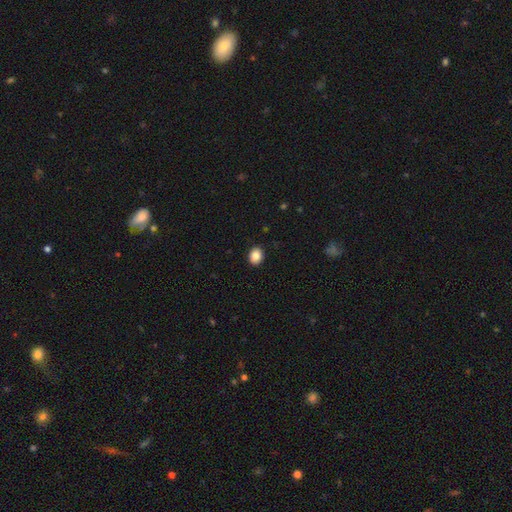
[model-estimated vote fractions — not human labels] smooth 86%, star or artifact 9%, featured or disk 5%. Down the decision tree: how rounded — round (52%); merging — none (90%).